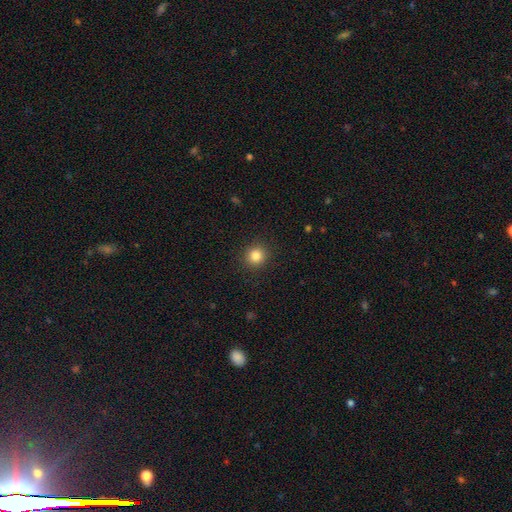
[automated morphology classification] smooth 84%, star or artifact 12%, featured or disk 5%. Down the decision tree: how rounded — round (91%); merging — none (91%).